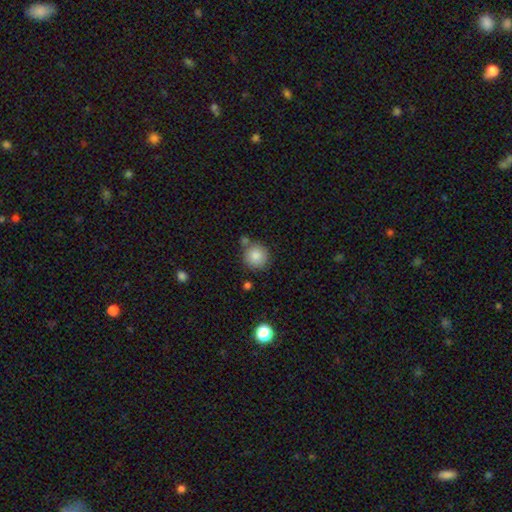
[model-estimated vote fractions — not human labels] smooth-or-featured: smooth: 84% | star or artifact: 9% | featured or disk: 7%
  how-rounded: round: 93% | in between: 6% | cigar-shaped: 1%
  merging: none: 72% | merger: 13% | minor disturbance: 12% | major disturbance: 3%